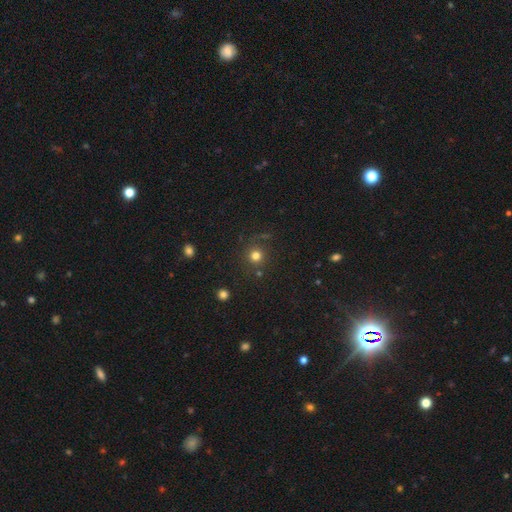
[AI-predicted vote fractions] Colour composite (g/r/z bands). It shows a smooth galaxy with no disk features (77%) that is round (93%). Merging: none (82%).